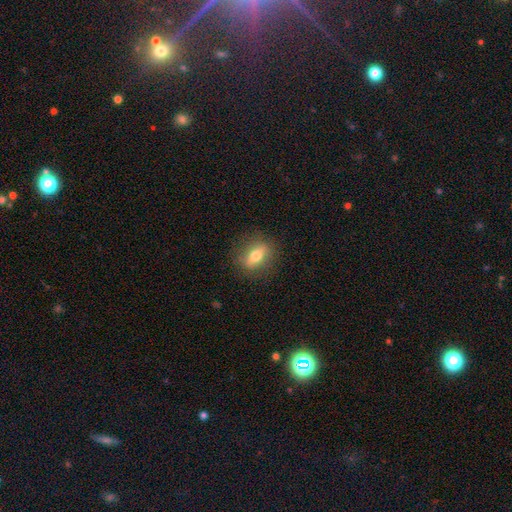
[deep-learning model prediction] Smooth or featured? Predicted: smooth (p=0.62). How rounded? Predicted: in between (p=0.65). Merging? Predicted: none (p=0.85).